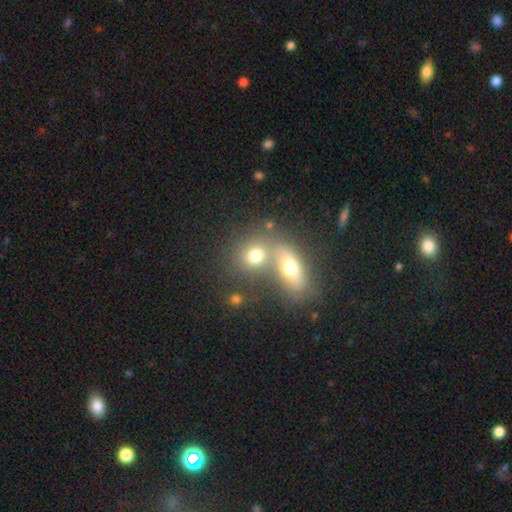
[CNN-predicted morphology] Smooth or featured: smooth — 70% (featured or disk — 18%)
How rounded: round — 54% (in between — 44%)
Merging: merger — 52% (none — 35%)